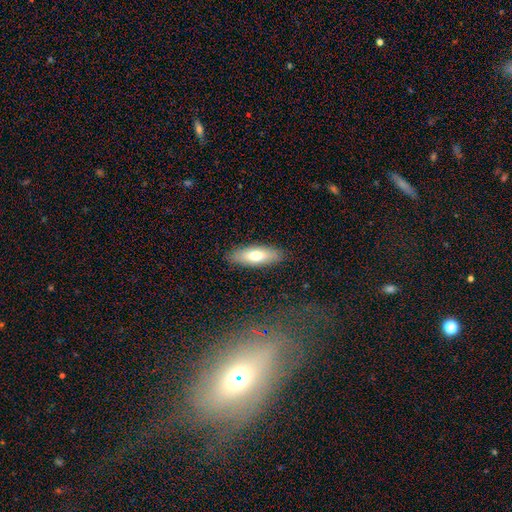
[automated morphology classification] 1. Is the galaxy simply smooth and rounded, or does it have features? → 69% smooth, 24% featured or disk, 6% star or artifact.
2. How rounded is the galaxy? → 61% in between, 37% cigar-shaped, 2% round.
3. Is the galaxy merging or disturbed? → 88% none, 9% minor disturbance, 2% major disturbance, 1% merger.